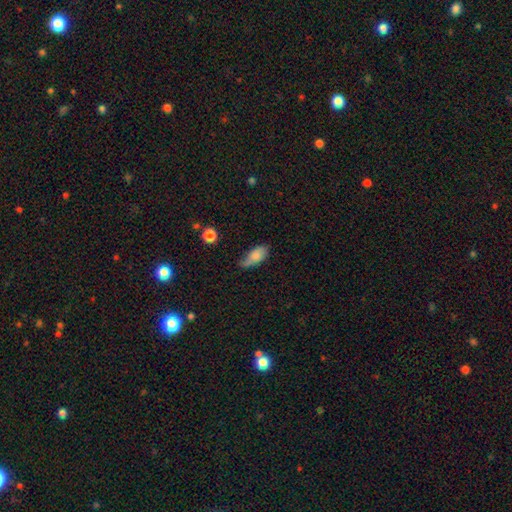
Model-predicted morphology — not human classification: type=smooth (75%); roundness=in between (88%); merging=none (47%).